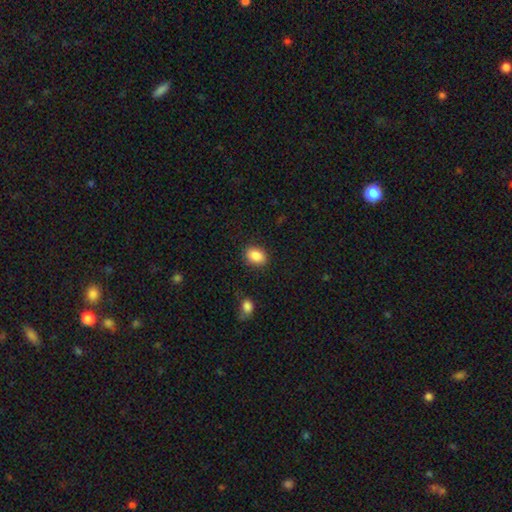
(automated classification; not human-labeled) Overall: smooth (88%). How rounded: in between (79%). Merging: none (85%).